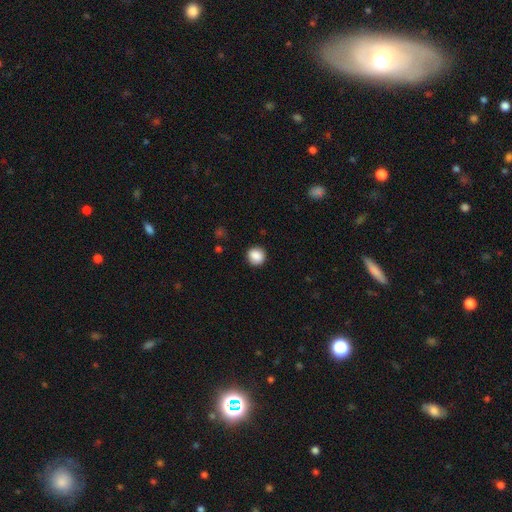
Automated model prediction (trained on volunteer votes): smooth 87%, star or artifact 9%, featured or disk 4%. Down the decision tree: how rounded — round (87%); merging — none (89%).